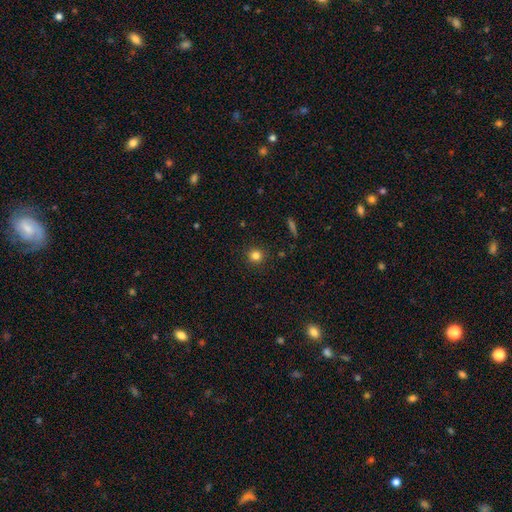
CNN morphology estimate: Smooth or featured? smooth (81%)
How rounded? round (92%)
Merging? none (91%)